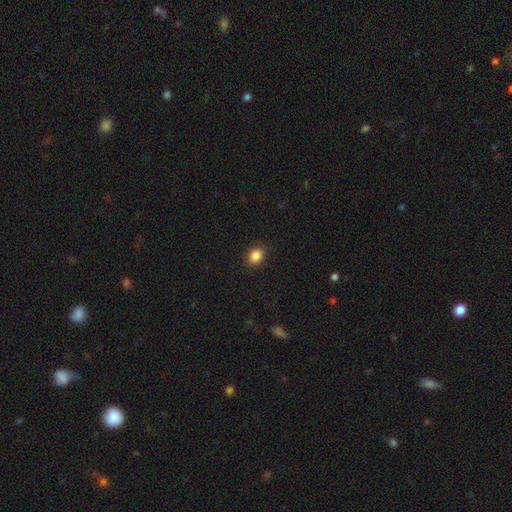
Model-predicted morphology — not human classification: This is clearly a smooth galaxy (86%). How rounded: possibly round (52%). Merging: clearly none (89%).